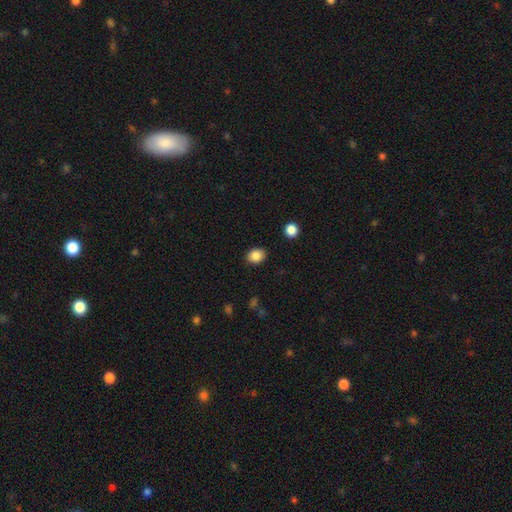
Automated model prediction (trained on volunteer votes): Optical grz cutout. It shows a smooth galaxy with no disk features (87%) that is in between round and cigar-shaped (53%). Merging: none (88%).